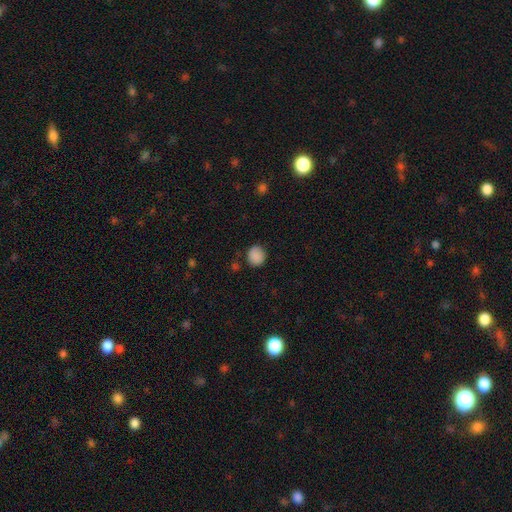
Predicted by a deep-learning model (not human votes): Smooth or featured? Predicted: smooth (p=0.87). How rounded? Predicted: round (p=0.81). Merging? Predicted: none (p=0.80).